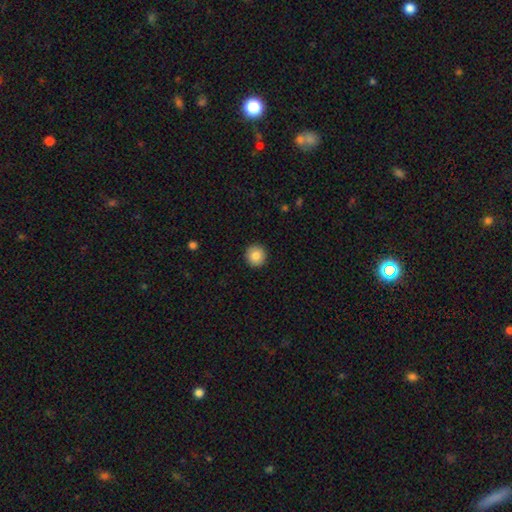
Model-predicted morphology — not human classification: Q: Smooth or featured?
A: smooth (85%); runner-up: star or artifact (8%)
Q: How rounded?
A: round (95%); runner-up: in between (4%)
Q: Merging?
A: none (92%); runner-up: minor disturbance (5%)